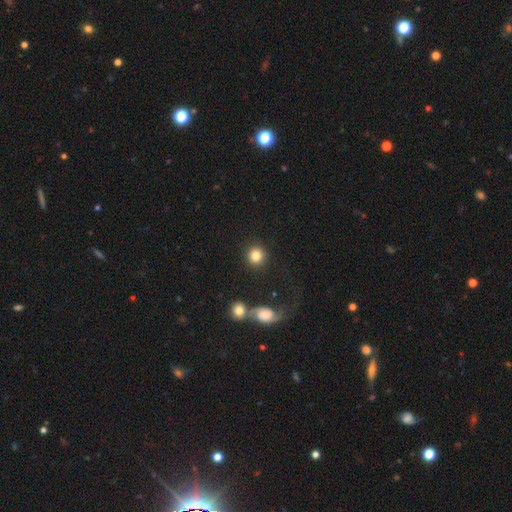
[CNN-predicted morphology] Smooth or featured?
  - smooth: 83% *
  - star or artifact: 9%
  - featured or disk: 8%
How rounded?
  - round: 91% *
  - in between: 8%
  - cigar-shaped: 1%
Merging?
  - none: 87% *
  - minor disturbance: 6%
  - merger: 4%
  - major disturbance: 3%